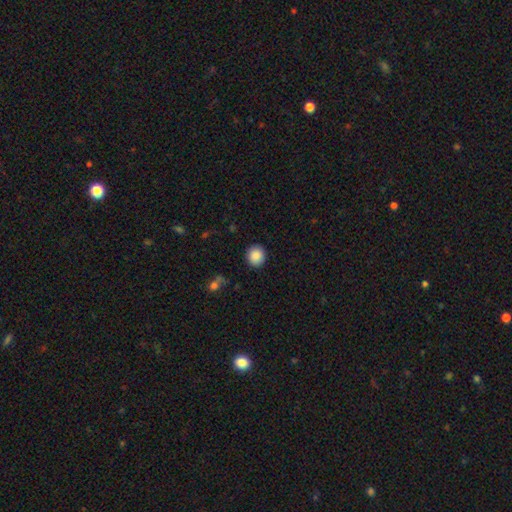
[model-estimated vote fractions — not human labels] A smooth galaxy with no disk features (88%) that is round (86%).

Vote fractions:
- Smooth or featured? smooth: 88% / star or artifact: 8% / featured or disk: 4%
- How rounded? round: 86% / in between: 13% / cigar-shaped: 1%
- Merging? none: 90% / minor disturbance: 6% / major disturbance: 2% / merger: 1%